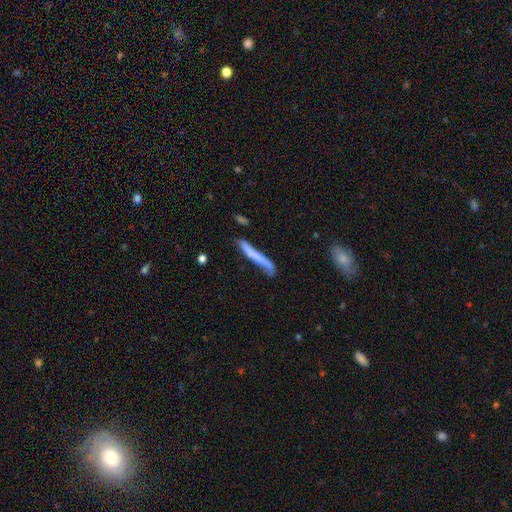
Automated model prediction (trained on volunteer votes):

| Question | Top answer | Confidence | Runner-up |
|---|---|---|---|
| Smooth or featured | smooth | 47% | tied: featured or disk (47%) |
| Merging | none | 65% | minor disturbance (24%) |